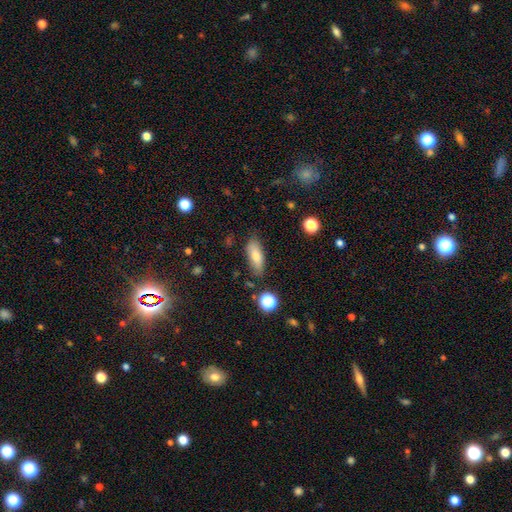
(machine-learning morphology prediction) This is likely a smooth galaxy (71%). How rounded: likely in between (69%). Merging: clearly none (82%).